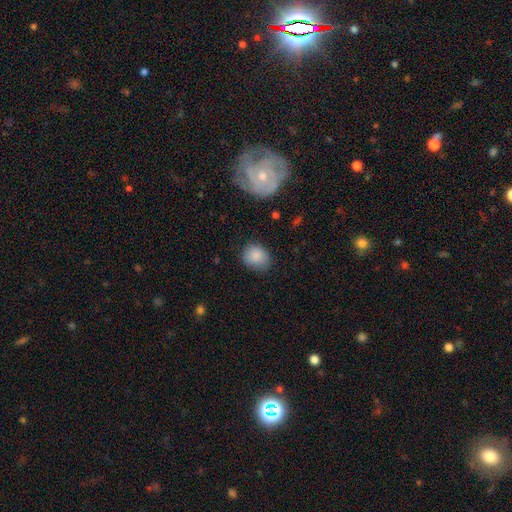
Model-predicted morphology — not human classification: A smooth galaxy with no disk features (87%) that is round (66%). Merging: none (77%).